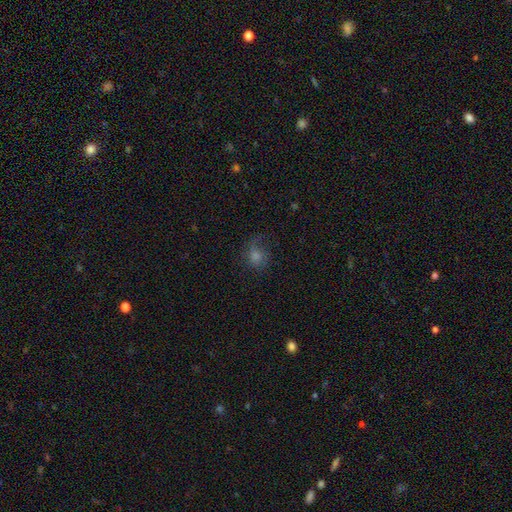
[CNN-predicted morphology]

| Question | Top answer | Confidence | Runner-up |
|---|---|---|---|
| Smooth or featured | smooth | 55% | star or artifact (23%) |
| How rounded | round | 77% | in between (22%) |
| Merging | none | 60% | minor disturbance (21%) |